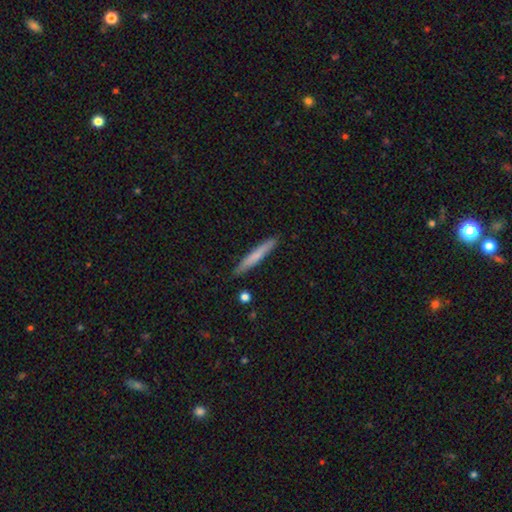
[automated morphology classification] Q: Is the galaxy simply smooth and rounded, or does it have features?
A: smooth — 67%.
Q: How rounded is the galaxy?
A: cigar-shaped — 96%.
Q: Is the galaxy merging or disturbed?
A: none — 89%.